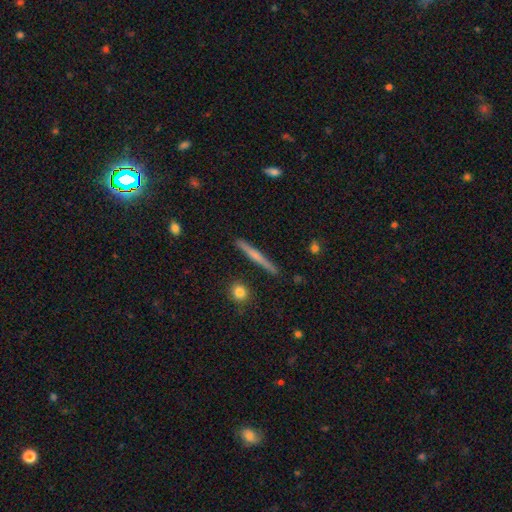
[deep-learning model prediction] Smooth or featured? Predicted: featured or disk (p=0.53). Edge-on disk? Predicted: yes (p=0.97). Edge-on bulge? Predicted: none (p=0.48). Merging? Predicted: none (p=0.89).